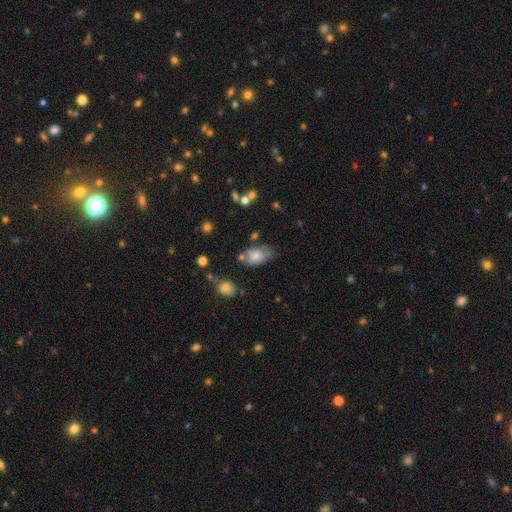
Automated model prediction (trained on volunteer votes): smooth_or_featured: smooth (p=0.73) [alt: featured or disk p=0.18]
how_rounded: in between (p=0.90) [alt: round p=0.08]
merging: none (p=0.54) [alt: minor disturbance p=0.27]